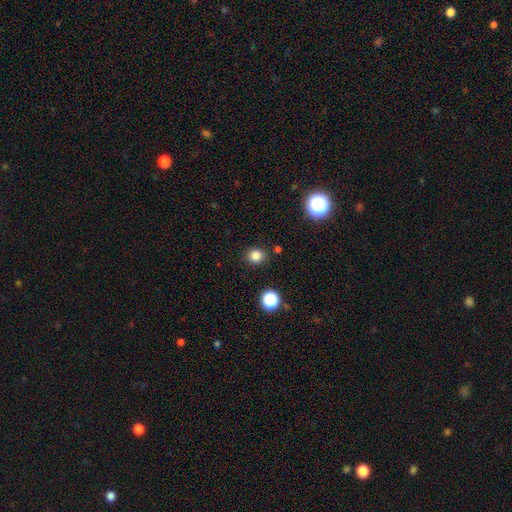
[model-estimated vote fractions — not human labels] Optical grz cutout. It shows a smooth galaxy with no disk features (82%) that is round (87%). Merging: none (89%).